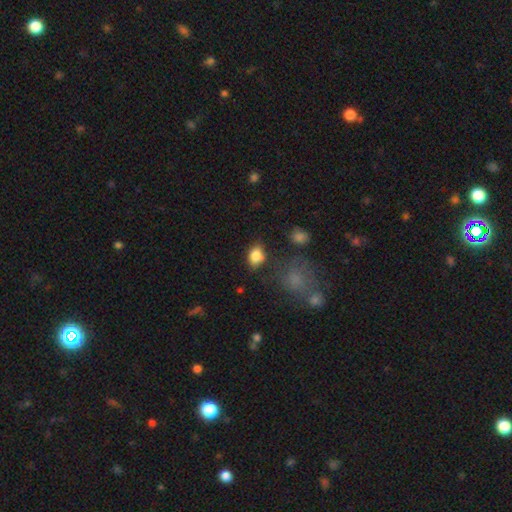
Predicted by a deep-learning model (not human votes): Smooth or featured? Predicted: smooth (p=0.84). How rounded? Predicted: in between (p=0.76). Merging? Predicted: none (p=0.72).